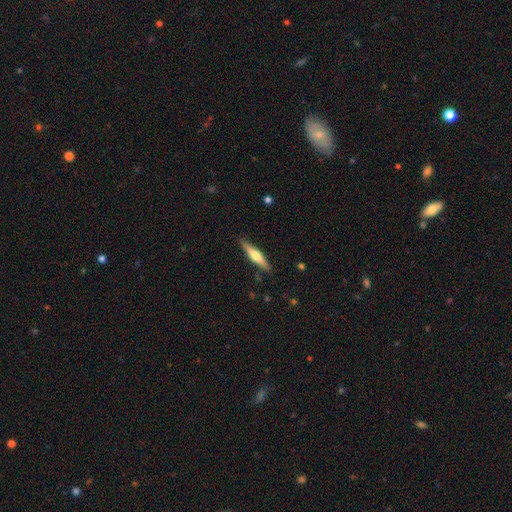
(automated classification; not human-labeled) Smooth or featured? Predicted: featured or disk (p=0.52). Edge-on disk? Predicted: yes (p=0.95). Merging? Predicted: none (p=0.88).